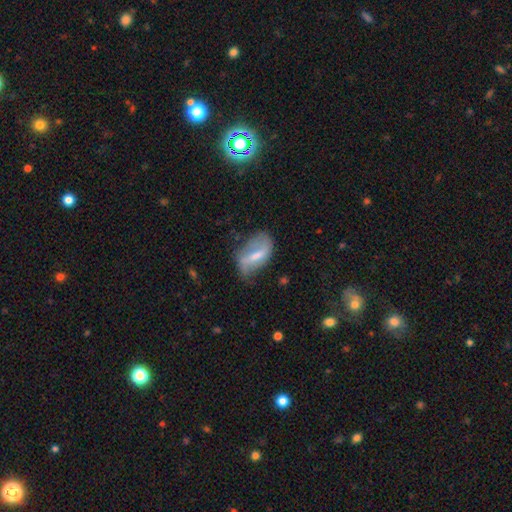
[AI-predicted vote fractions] featured or disk 56%, smooth 37%, star or artifact 8%. Down the decision tree: edge-on disk — no (92%); bar — strong (46%); spiral arms — yes (63%); bulge size — moderate (39%); merging — none (49%).